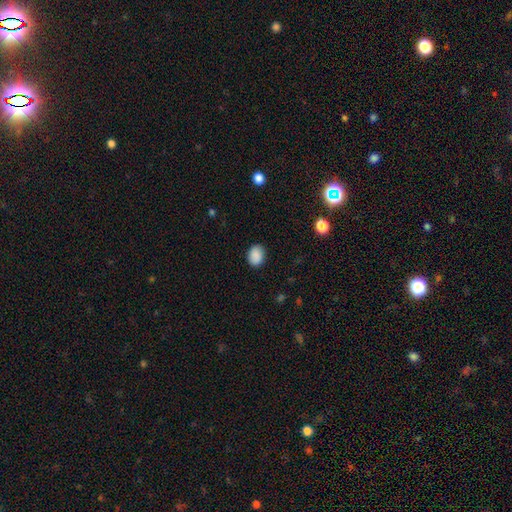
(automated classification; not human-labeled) Morphology: type=smooth (89%); roundness=in between (63%); merging=none (87%).